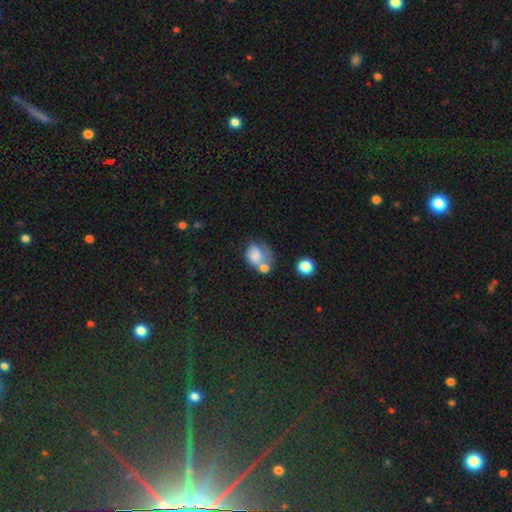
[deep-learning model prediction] smooth_or_featured: smooth (p=0.66) [alt: featured or disk p=0.24]
how_rounded: in between (p=0.57) [alt: round p=0.42]
merging: merger (p=0.29) [alt: none p=0.25]